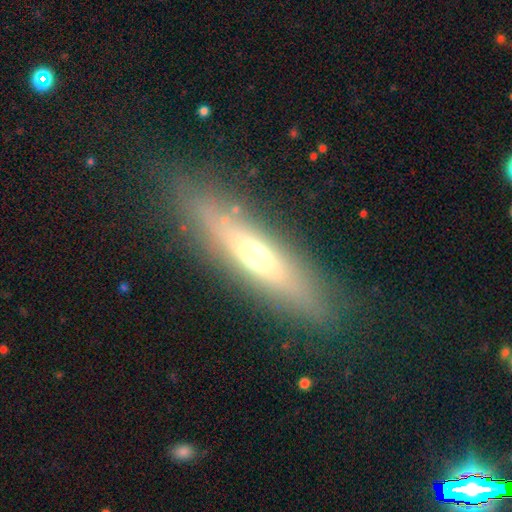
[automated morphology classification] smooth_or_featured: featured or disk (p=0.47) [alt: smooth p=0.45]
merging: none (p=0.81) [alt: minor disturbance p=0.12]